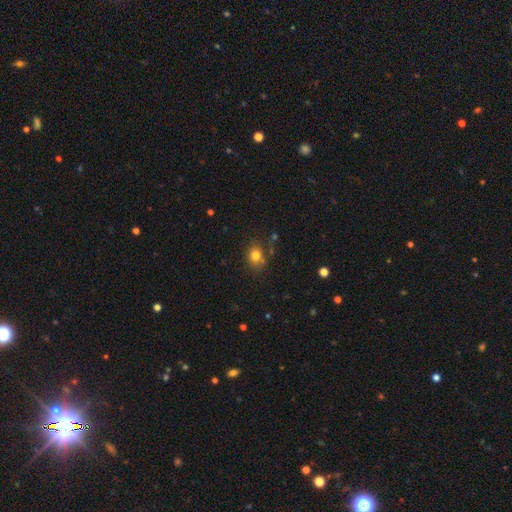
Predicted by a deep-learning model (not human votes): Overall: smooth (80%). How rounded: round (58%; in between 41%). Merging: none (71%).